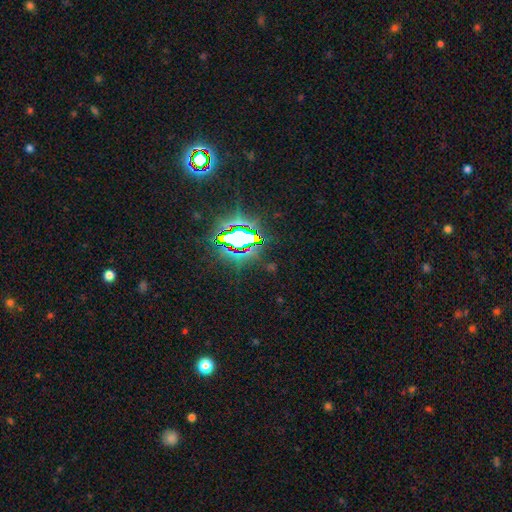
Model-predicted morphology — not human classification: smooth_or_featured: star or artifact (p=0.82) [alt: smooth p=0.10]